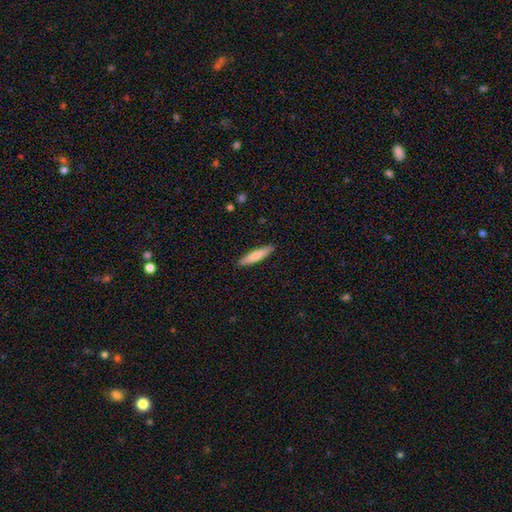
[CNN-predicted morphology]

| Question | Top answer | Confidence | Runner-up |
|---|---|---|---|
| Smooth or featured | smooth | 73% | featured or disk (22%) |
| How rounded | cigar-shaped | 84% | in between (14%) |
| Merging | none | 90% | minor disturbance (7%) |